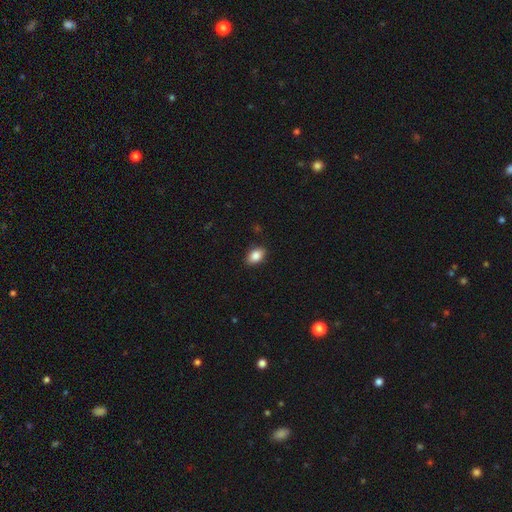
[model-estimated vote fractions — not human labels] Smooth or featured: smooth — 86% (star or artifact — 8%)
How rounded: in between — 85% (round — 13%)
Merging: none — 87% (minor disturbance — 10%)